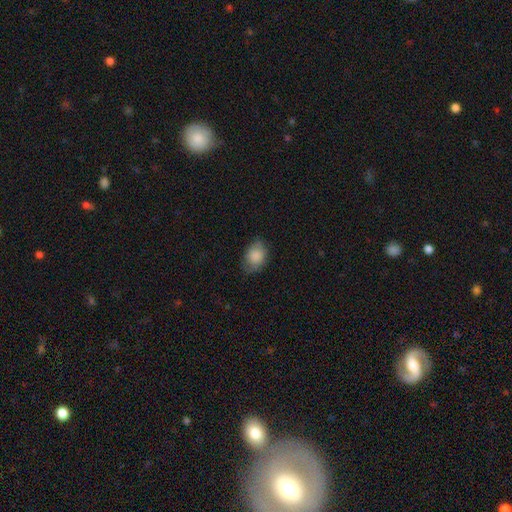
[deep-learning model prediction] smooth 86%, star or artifact 7%, featured or disk 7%. Down the decision tree: how rounded — in between (74%); merging — none (73%).